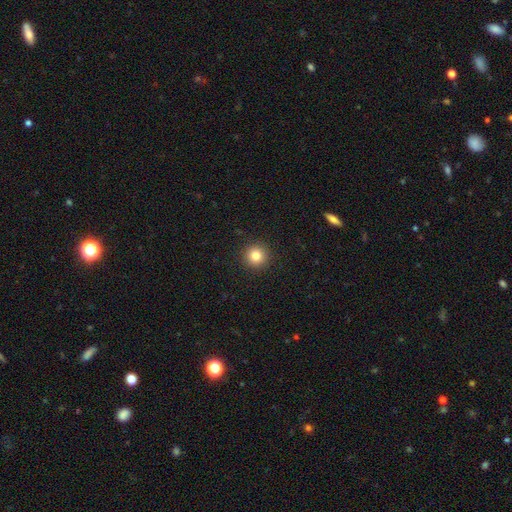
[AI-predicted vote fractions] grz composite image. It shows a smooth galaxy with no disk features (83%) that is round (95%). Merging: none (93%).